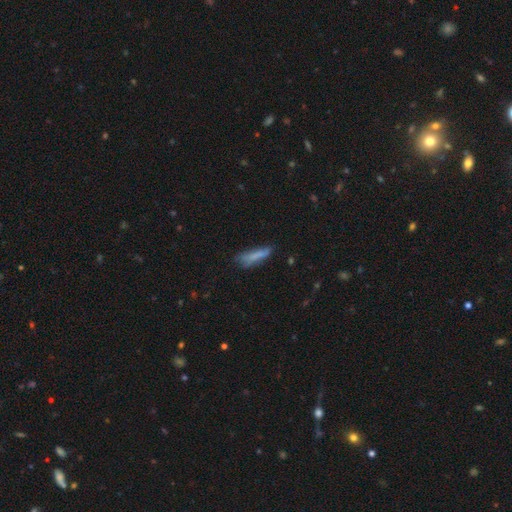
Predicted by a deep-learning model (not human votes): Smooth or featured: smooth — 71% (featured or disk — 20%)
How rounded: cigar-shaped — 73% (in between — 25%)
Merging: none — 51% (minor disturbance — 30%)